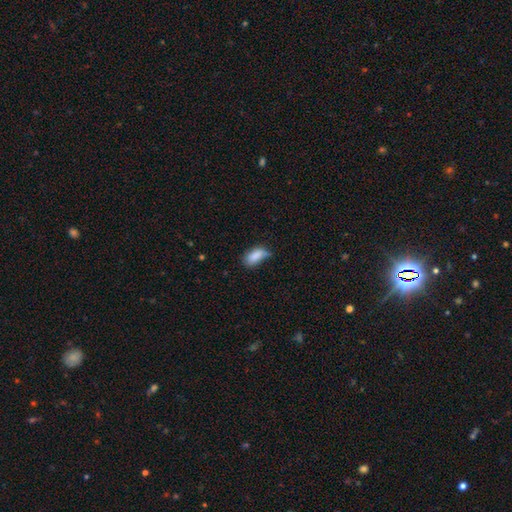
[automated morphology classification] Smooth or featured?
  - smooth: 84% *
  - star or artifact: 8%
  - featured or disk: 8%
How rounded?
  - in between: 89% *
  - cigar-shaped: 7%
  - round: 4%
Merging?
  - none: 44% *
  - minor disturbance: 38%
  - major disturbance: 12%
  - merger: 5%